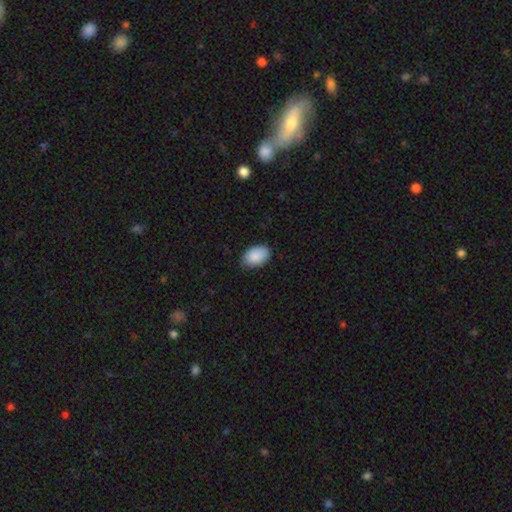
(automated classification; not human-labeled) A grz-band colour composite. It shows a smooth galaxy with no disk features (89%) that is in between round and cigar-shaped (89%). Merging: none (77%).